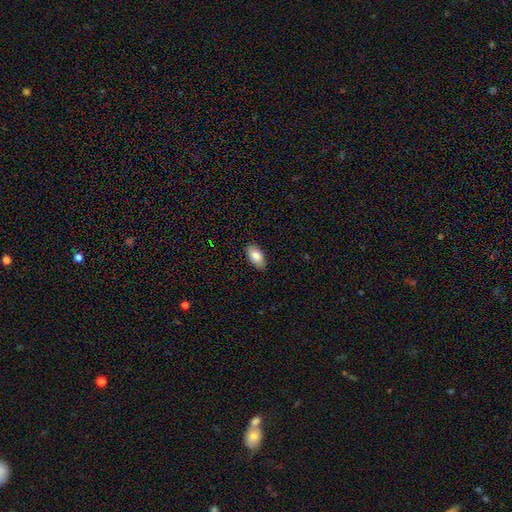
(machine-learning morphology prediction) smooth_or_featured: smooth (p=0.86) [alt: featured or disk p=0.08]
how_rounded: in between (p=0.94) [alt: cigar-shaped p=0.03]
merging: none (p=0.87) [alt: minor disturbance p=0.10]